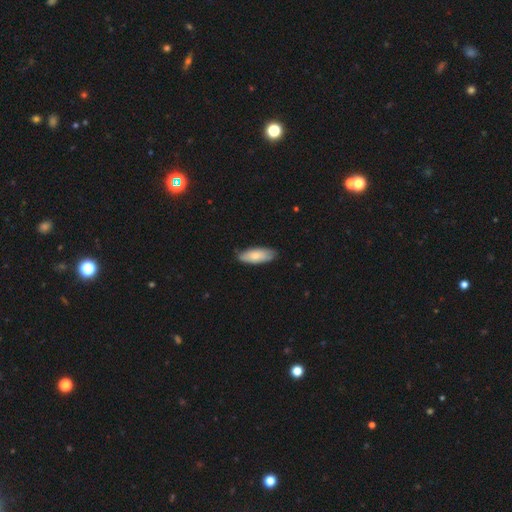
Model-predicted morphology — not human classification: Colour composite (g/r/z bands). It shows a smooth galaxy with no disk features (71%) that is in between round and cigar-shaped (76%). Merging: none (76%).